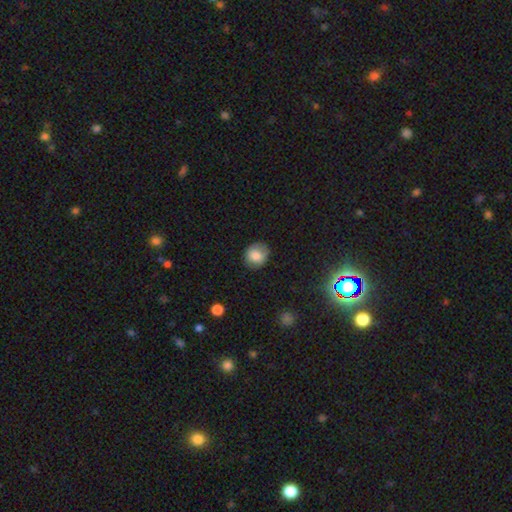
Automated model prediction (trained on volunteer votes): This appears to be a smooth galaxy with no disk features (81%) that is round (70%). Merging: none (81%).